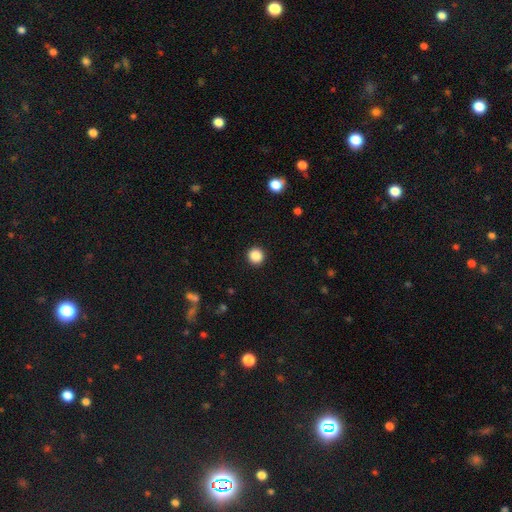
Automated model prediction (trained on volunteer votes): Smooth or featured: smooth — 87% (star or artifact — 10%)
How rounded: round — 95% (in between — 4%)
Merging: none — 93% (minor disturbance — 4%)